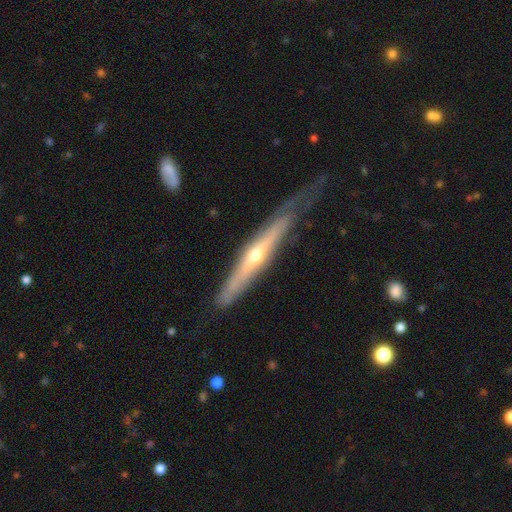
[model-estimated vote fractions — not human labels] smooth_or_featured: featured or disk (p=0.71) [alt: smooth p=0.24]
disk_edge_on: yes (p=0.87) [alt: no p=0.13]
edge_on_bulge: rounded (p=0.80) [alt: none p=0.18]
merging: none (p=0.53) [alt: minor disturbance p=0.32]